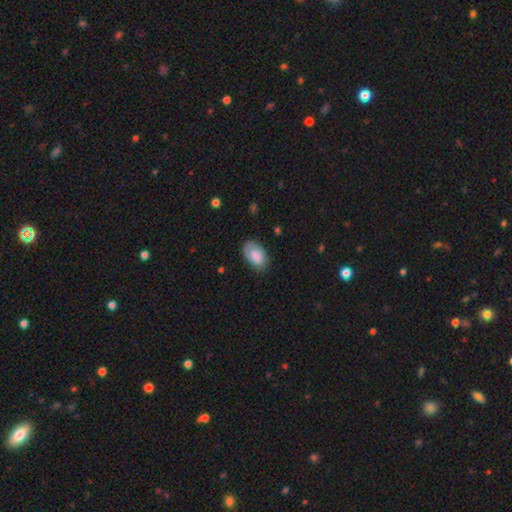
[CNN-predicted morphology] Q: Smooth or featured?
A: smooth (83%); runner-up: featured or disk (11%)
Q: How rounded?
A: in between (93%); runner-up: round (6%)
Q: Merging?
A: none (74%); runner-up: minor disturbance (21%)